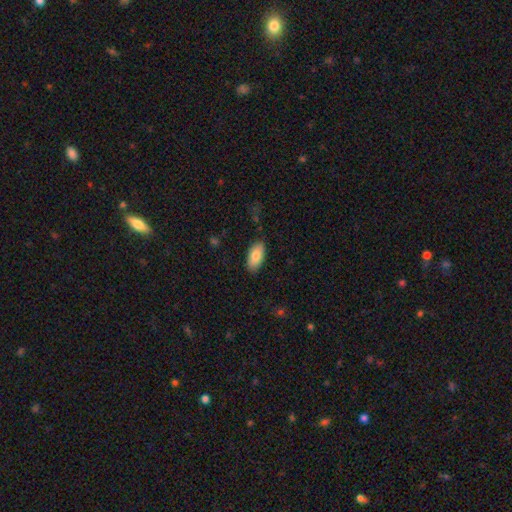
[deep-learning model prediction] A smooth galaxy with no disk features (81%) that is in between round and cigar-shaped (94%).

Vote fractions:
- Smooth or featured? smooth: 81% / featured or disk: 13% / star or artifact: 6%
- How rounded? in between: 94% / cigar-shaped: 3% / round: 3%
- Merging? none: 86% / minor disturbance: 11% / major disturbance: 2% / merger: 1%